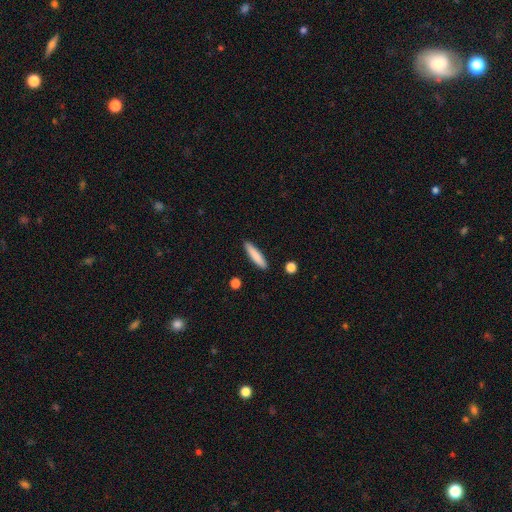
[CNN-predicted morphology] Smooth or featured: smooth — 83% (featured or disk — 11%)
How rounded: cigar-shaped — 86% (in between — 13%)
Merging: none — 90% (minor disturbance — 7%)